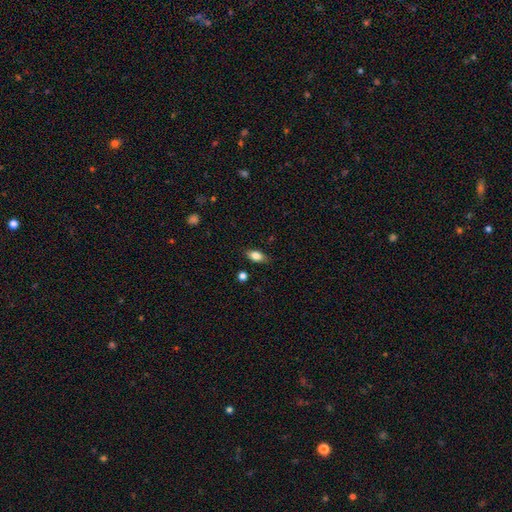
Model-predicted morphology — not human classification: Q: Smooth or featured?
A: smooth (80%); runner-up: featured or disk (12%)
Q: How rounded?
A: in between (86%); runner-up: round (8%)
Q: Merging?
A: none (83%); runner-up: minor disturbance (13%)